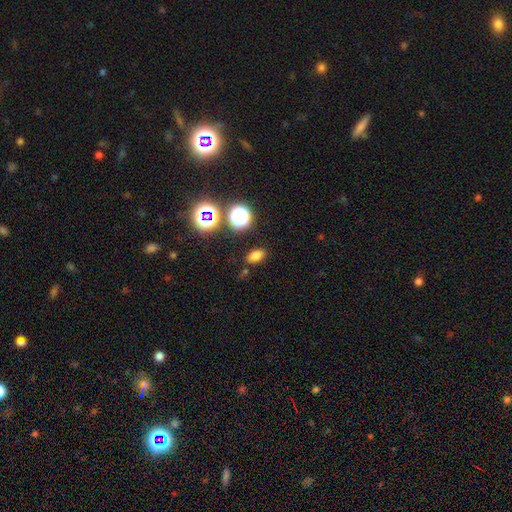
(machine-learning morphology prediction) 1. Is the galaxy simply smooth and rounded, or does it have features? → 75% smooth, 18% star or artifact, 6% featured or disk.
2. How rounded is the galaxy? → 83% in between, 14% round, 3% cigar-shaped.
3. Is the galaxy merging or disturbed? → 83% none, 11% minor disturbance, 3% major disturbance, 3% merger.